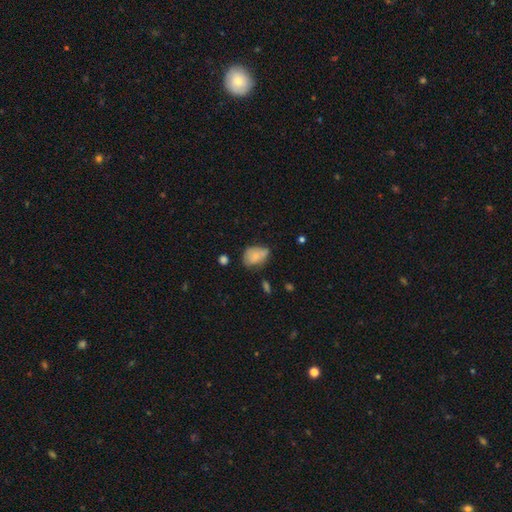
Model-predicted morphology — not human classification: smooth-or-featured: smooth: 74% | featured or disk: 17% | star or artifact: 8%
  how-rounded: in between: 75% | round: 23% | cigar-shaped: 1%
  merging: none: 41% | minor disturbance: 39% | major disturbance: 13% | merger: 7%